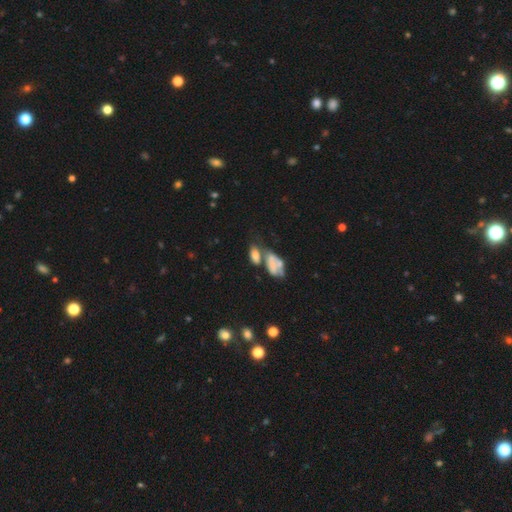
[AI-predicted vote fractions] Morphology: type=smooth (63%); roundness=in between (88%); merging=merger (45%).